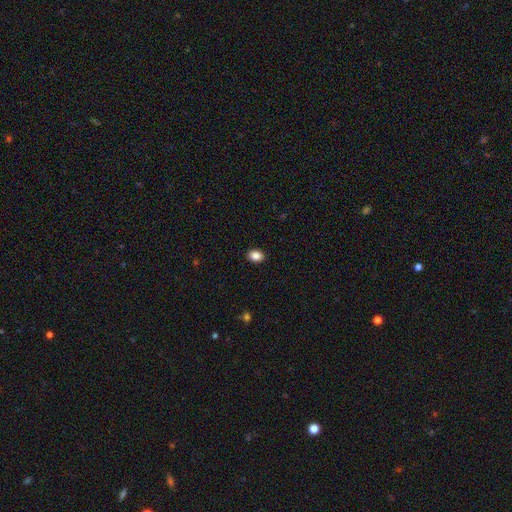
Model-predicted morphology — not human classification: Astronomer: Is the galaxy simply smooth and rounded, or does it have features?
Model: smooth — 87%.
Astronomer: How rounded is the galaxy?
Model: in between — 69%.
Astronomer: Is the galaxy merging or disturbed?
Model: none — 91%.